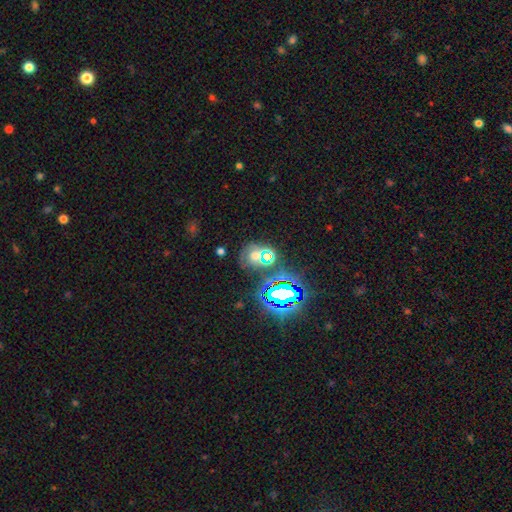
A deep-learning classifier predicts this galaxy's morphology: star or artifact 46%, smooth 34%, featured or disk 20%.